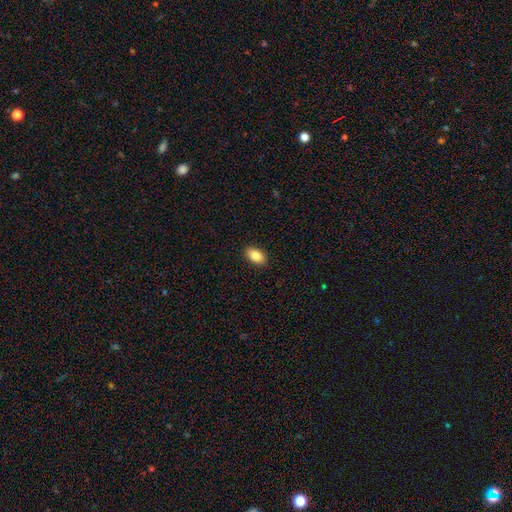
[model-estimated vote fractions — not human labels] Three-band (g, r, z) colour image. It shows a smooth galaxy with no disk features (85%) that is in between round and cigar-shaped (92%). Merging: none (91%).